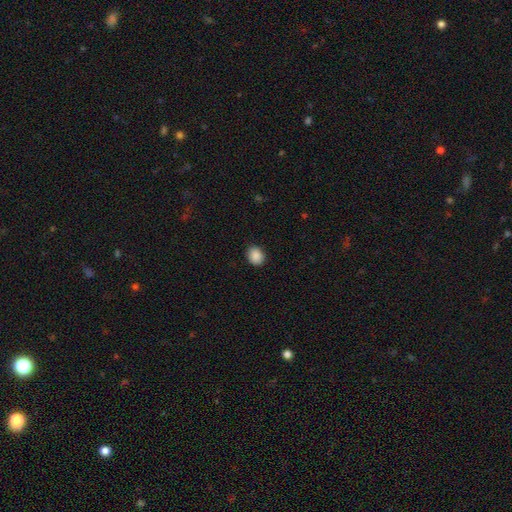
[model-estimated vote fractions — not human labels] The model was most divided on "how rounded": round: 59%, in between: 41%, cigar-shaped: 1%. More confident: smooth or featured — smooth (89%); merging — none (89%).